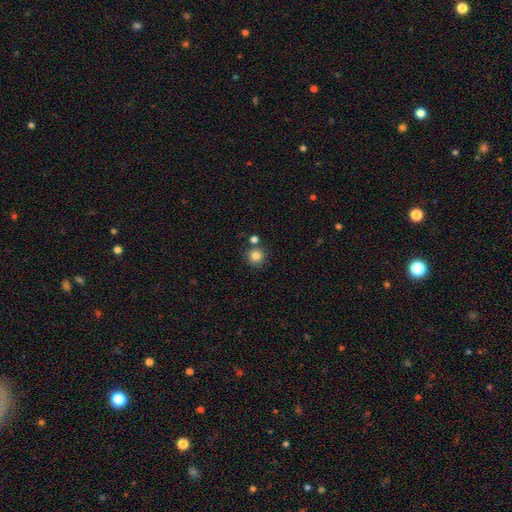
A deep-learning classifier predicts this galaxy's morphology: Smooth or featured: smooth — 83% (star or artifact — 11%)
How rounded: round — 94% (in between — 5%)
Merging: none — 78% (merger — 12%)